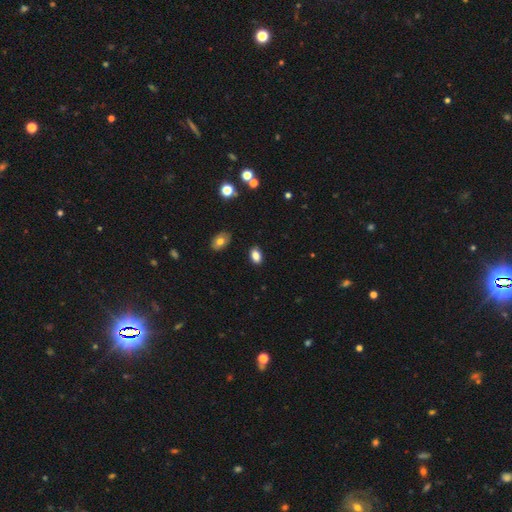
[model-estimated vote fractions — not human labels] smooth 84%, star or artifact 9%, featured or disk 7%. Down the decision tree: how rounded — in between (89%); merging — none (88%).